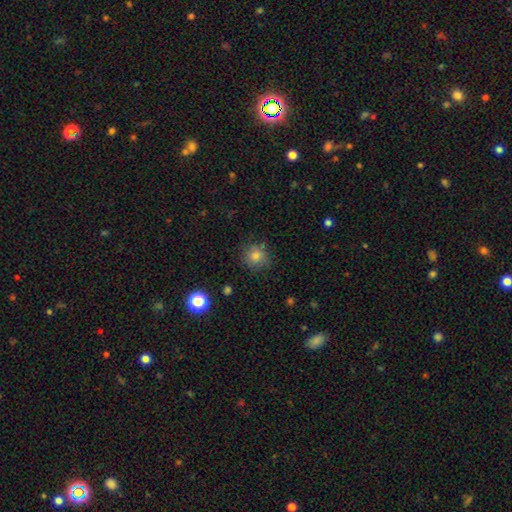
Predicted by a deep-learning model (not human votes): smooth-or-featured: smooth: 79% | star or artifact: 14% | featured or disk: 7%
  how-rounded: round: 91% | in between: 8% | cigar-shaped: 1%
  merging: none: 84% | minor disturbance: 11% | major disturbance: 3% | merger: 2%